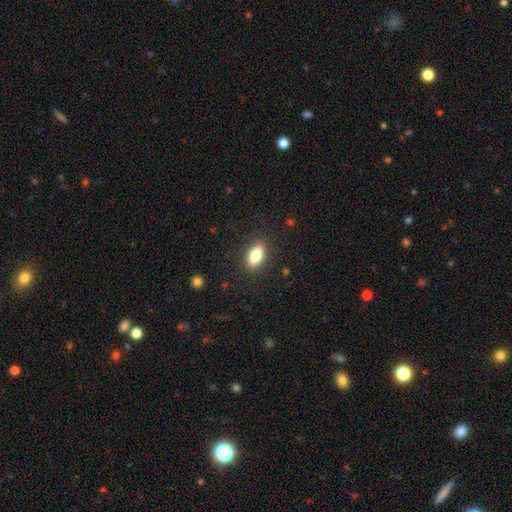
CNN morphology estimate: smooth_or_featured: smooth (p=0.80) [alt: featured or disk p=0.12]
how_rounded: in between (p=0.84) [alt: cigar-shaped p=0.12]
merging: none (p=0.86) [alt: minor disturbance p=0.10]